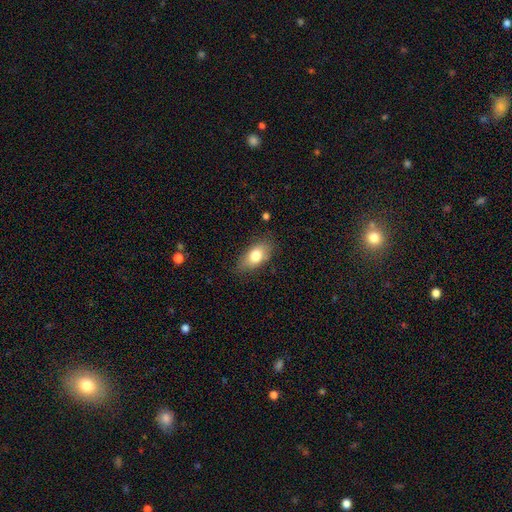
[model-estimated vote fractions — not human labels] This appears to be a smooth galaxy with no disk features (77%) that is in between round and cigar-shaped (88%). Merging: none (79%).